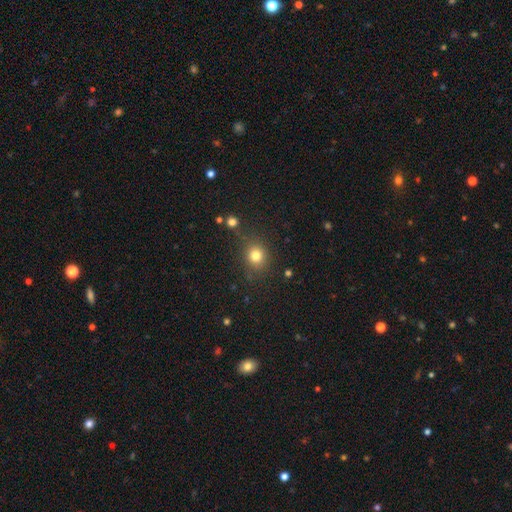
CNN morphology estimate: This appears to be a smooth galaxy with no disk features (80%) that is round (80%). Merging: none (80%).